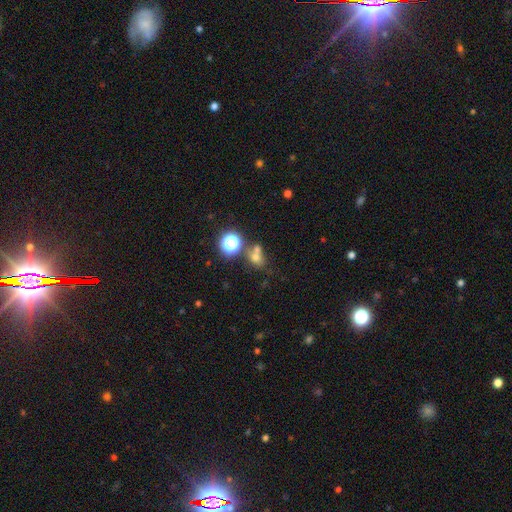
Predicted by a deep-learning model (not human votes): Morphology: type=smooth (63%); roundness=round (58%); merging=none (44%).